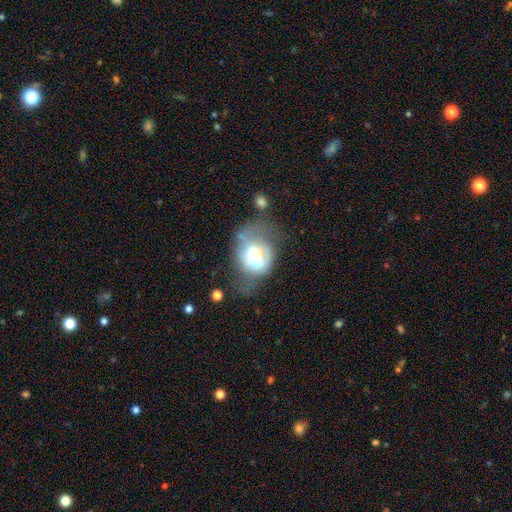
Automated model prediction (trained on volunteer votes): Smooth or featured? Predicted: featured or disk (p=0.49). Merging? Predicted: merger (p=0.33).